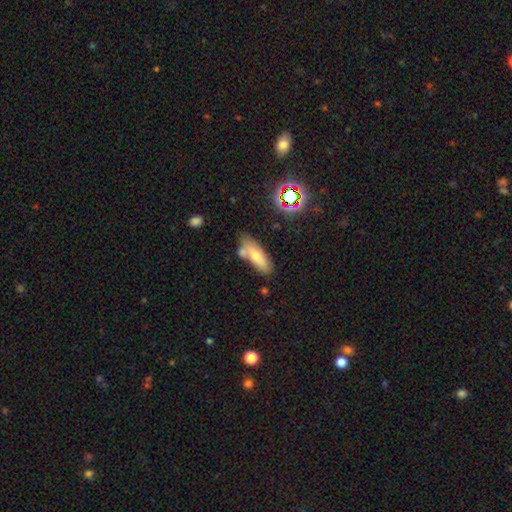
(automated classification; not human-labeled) smooth 68%, featured or disk 22%, star or artifact 10%. Down the decision tree: how rounded — in between (67%); merging — none (51%).